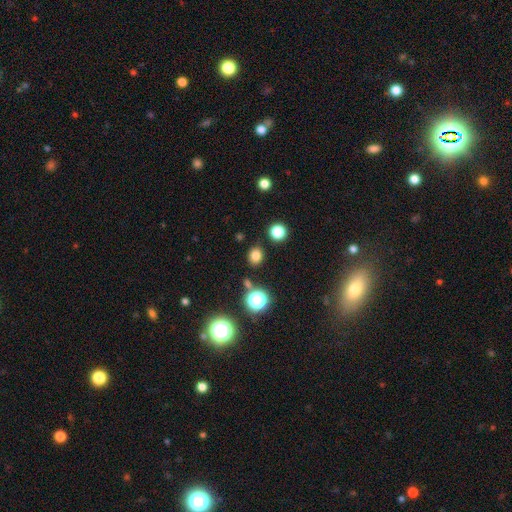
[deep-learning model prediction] Morphology: type=smooth (77%); roundness=round (60%); merging=none (84%).